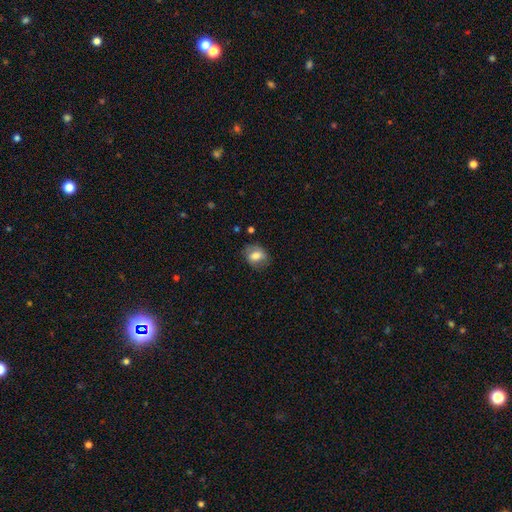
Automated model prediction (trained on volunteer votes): This is likely a smooth galaxy (70%). How rounded: likely in between (60%). Merging: likely none (73%).